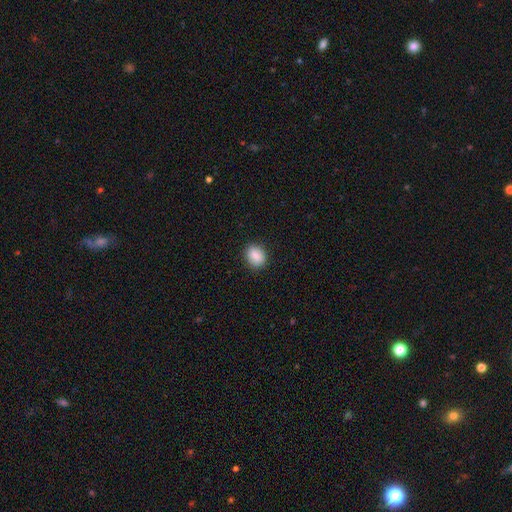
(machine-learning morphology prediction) This is clearly a smooth galaxy (86%). How rounded: possibly round (57%). Merging: clearly none (89%).